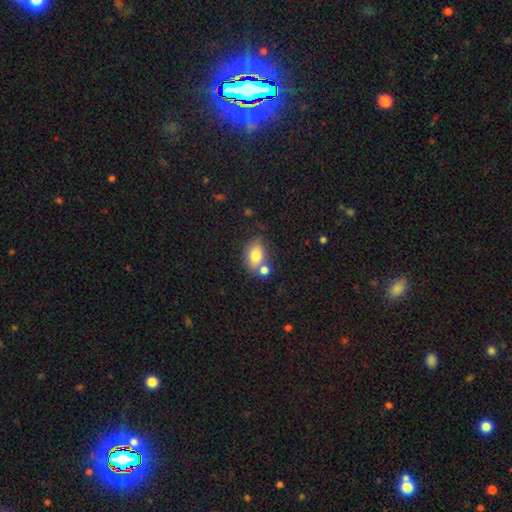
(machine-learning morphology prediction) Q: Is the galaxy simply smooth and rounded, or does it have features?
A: smooth — 77%.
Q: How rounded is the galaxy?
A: in between — 77%.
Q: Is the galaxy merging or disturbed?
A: none — 53%.